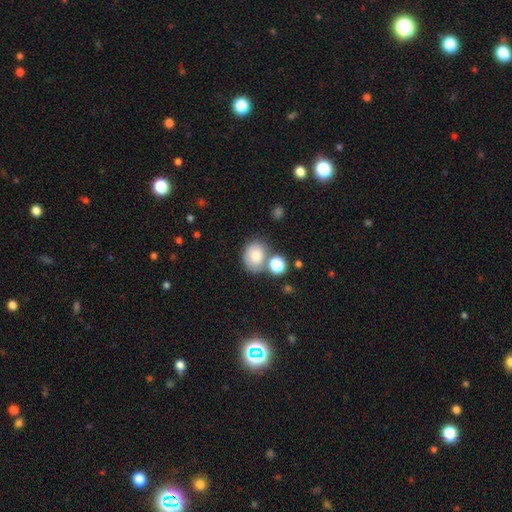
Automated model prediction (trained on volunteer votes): A smooth galaxy with no disk features (77%) that is round (51%).

Vote fractions:
- Smooth or featured? smooth: 77% / featured or disk: 13% / star or artifact: 10%
- How rounded? round: 51% / in between: 48% / cigar-shaped: 1%
- Merging? none: 53% / merger: 25% / minor disturbance: 16% / major disturbance: 6%